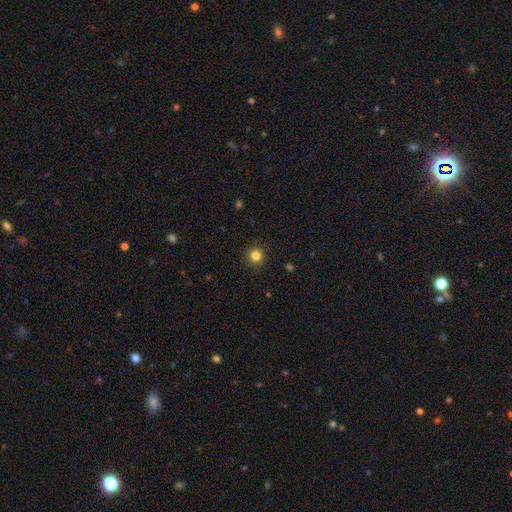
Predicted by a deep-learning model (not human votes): smooth-or-featured: smooth: 83% | star or artifact: 13% | featured or disk: 4%
  how-rounded: round: 95% | in between: 5% | cigar-shaped: 1%
  merging: none: 92% | minor disturbance: 5% | major disturbance: 2% | merger: 1%